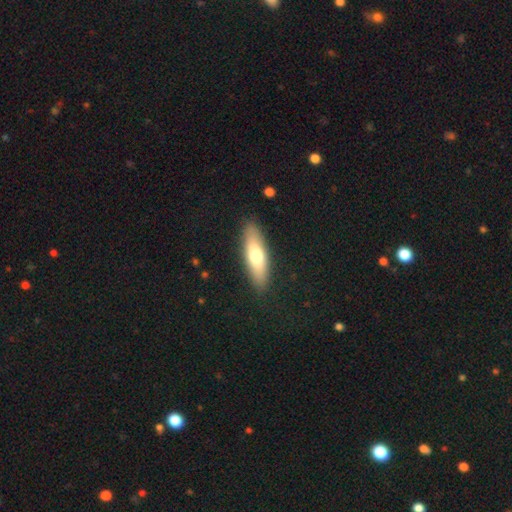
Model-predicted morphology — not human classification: Q: Smooth or featured?
A: smooth (67%); runner-up: featured or disk (27%)
Q: How rounded?
A: cigar-shaped (52%); runner-up: in between (46%)
Q: Merging?
A: none (88%); runner-up: minor disturbance (8%)